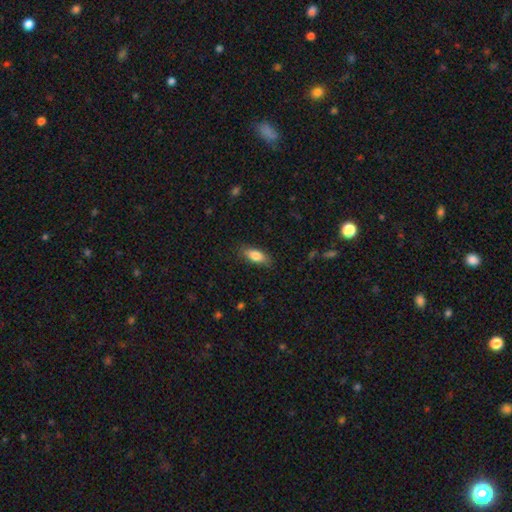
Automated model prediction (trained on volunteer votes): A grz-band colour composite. It shows a smooth galaxy with no disk features (80%) that is in between round and cigar-shaped (76%). Merging: none (83%).